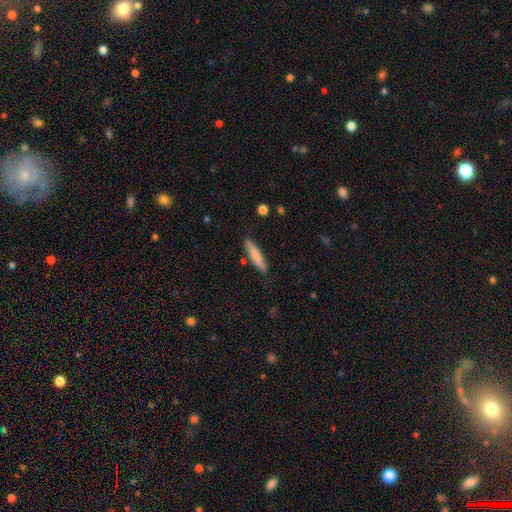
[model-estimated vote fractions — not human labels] Smooth or featured? smooth (82%)
How rounded? cigar-shaped (84%)
Merging? none (85%)